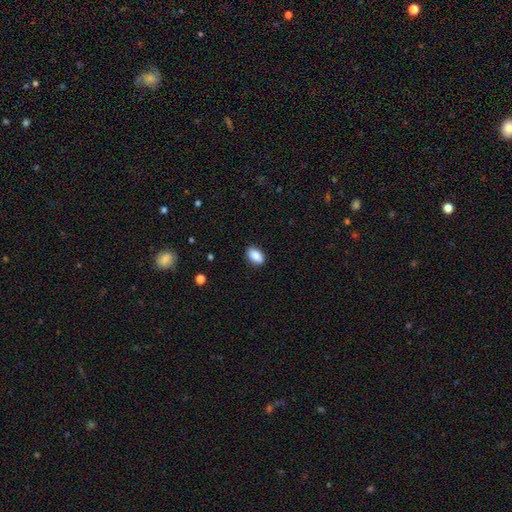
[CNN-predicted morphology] Smooth or featured? smooth (90%)
How rounded? in between (92%)
Merging? none (88%)